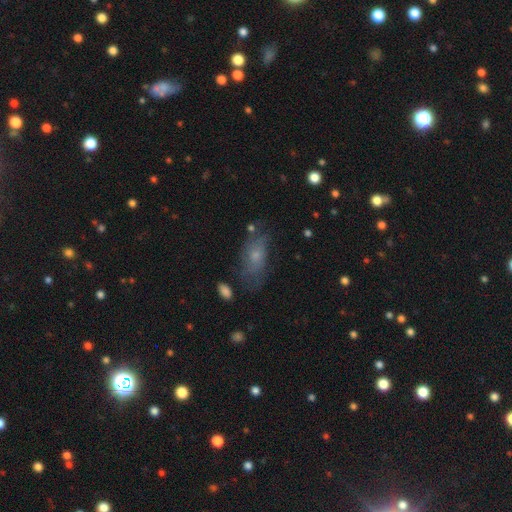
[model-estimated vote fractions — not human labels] Smooth or featured? smooth (54%)
How rounded? in between (83%)
Merging? none (59%)